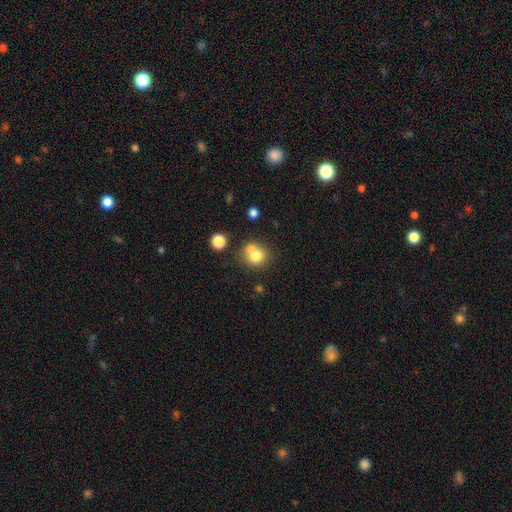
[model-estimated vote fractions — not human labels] This is likely a smooth galaxy (75%). How rounded: clearly round (81%). Merging: possibly none (50%).